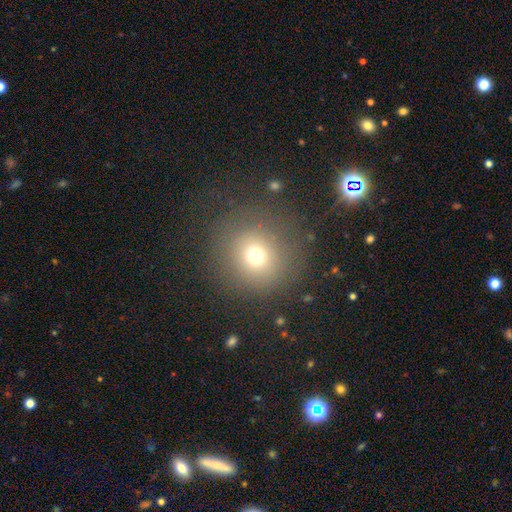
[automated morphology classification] This appears to be a smooth galaxy with no disk features (71%) that is round (90%). Merging: none (80%).